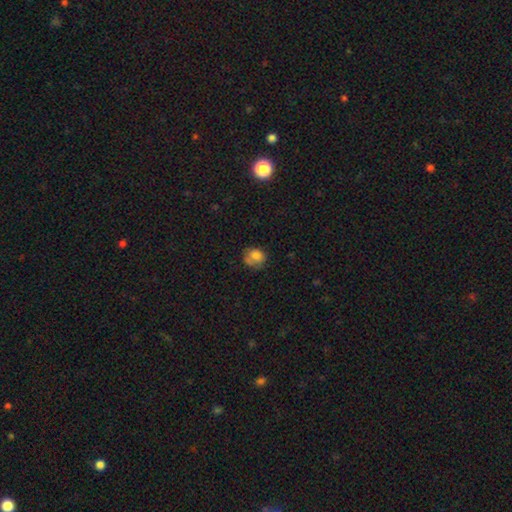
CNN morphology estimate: Q: Smooth or featured?
A: smooth (75%); runner-up: featured or disk (15%)
Q: How rounded?
A: round (61%); runner-up: in between (38%)
Q: Merging?
A: none (52%); runner-up: minor disturbance (27%)